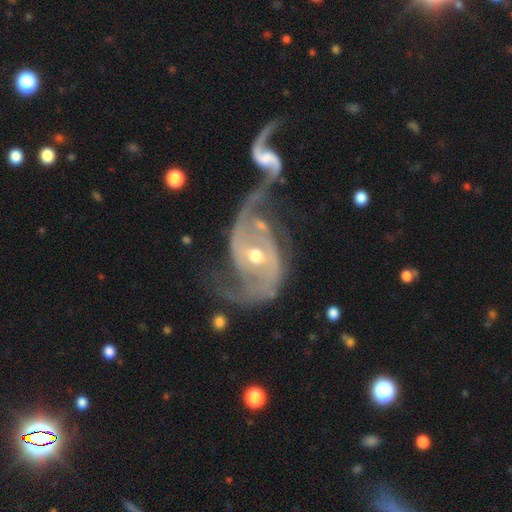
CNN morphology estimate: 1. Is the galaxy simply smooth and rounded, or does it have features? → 90% featured or disk, 5% star or artifact, 5% smooth.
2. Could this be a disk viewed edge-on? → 97% no, 3% yes.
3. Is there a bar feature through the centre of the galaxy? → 40% no, 39% weak, 21% strong.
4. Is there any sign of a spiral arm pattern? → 95% yes, 5% no.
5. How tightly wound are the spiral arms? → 43% medium, 40% loose, 17% tight.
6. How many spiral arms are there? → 84% 2, 6% can't tell, 3% 1, 3% 3, 2% 4, 2% more than 4.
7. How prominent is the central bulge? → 64% moderate, 31% small, 3% large, 1% none, 1% dominant.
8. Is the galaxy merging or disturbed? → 54% merger, 19% none, 16% major disturbance, 11% minor disturbance.